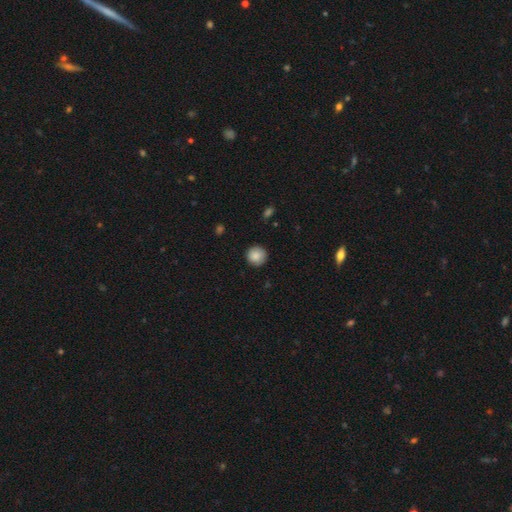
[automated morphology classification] This is clearly a smooth galaxy (87%). How rounded: clearly round (94%). Merging: clearly none (89%).